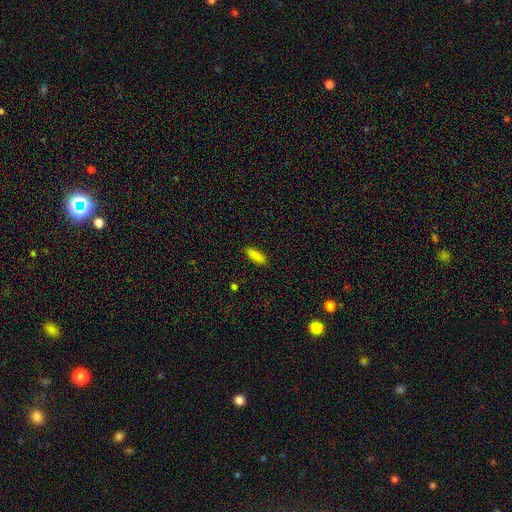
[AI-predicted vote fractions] Smooth or featured? smooth (86%)
How rounded? in between (55%)
Merging? none (88%)